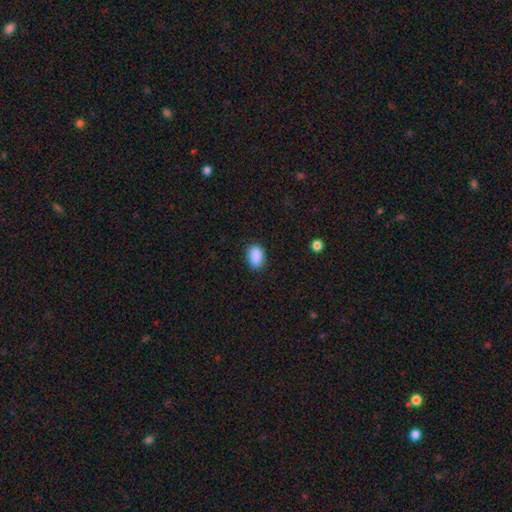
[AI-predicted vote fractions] Overall: smooth (89%). How rounded: in between (83%). Merging: none (83%).